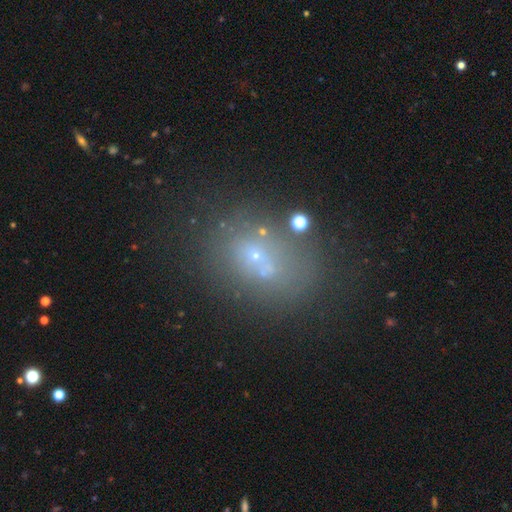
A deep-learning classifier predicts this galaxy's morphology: The model was most divided on "smooth or featured": smooth: 44%, featured or disk: 29%, star or artifact: 27%. More confident: merging — none (52%).